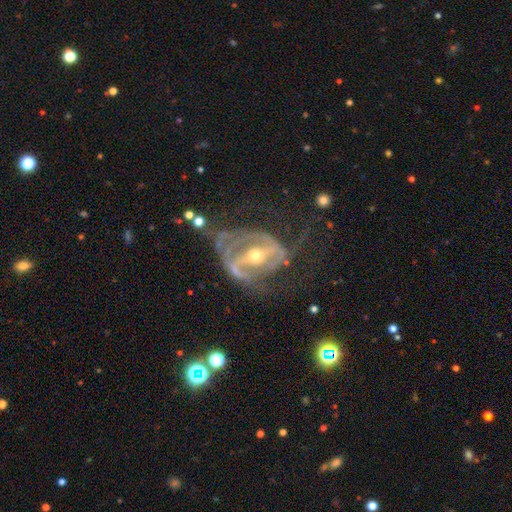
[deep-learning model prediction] A featured or disk galaxy (87%) with a strong bar (54%), 2 (57%) medium (44%) spiral arms (87%) and a moderate central bulge (52%). Merging: none (40%).